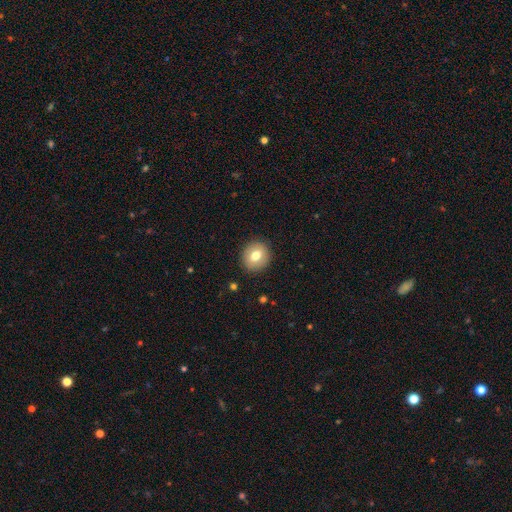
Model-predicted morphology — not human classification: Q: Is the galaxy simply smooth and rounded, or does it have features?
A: smooth — 75%.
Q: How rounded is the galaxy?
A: round — 82%.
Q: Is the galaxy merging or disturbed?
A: none — 90%.